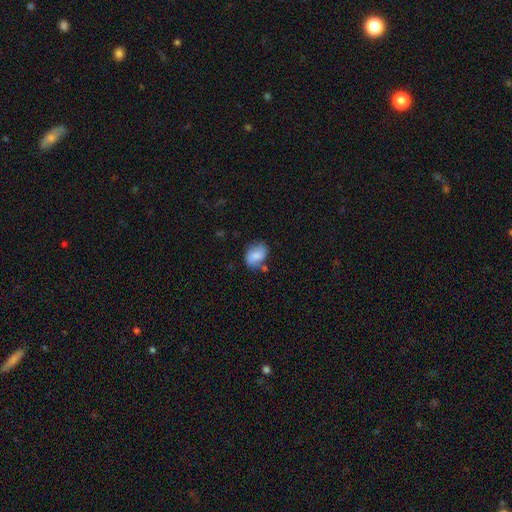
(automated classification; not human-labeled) smooth_or_featured: smooth (p=0.70) [alt: featured or disk p=0.22]
how_rounded: in between (p=0.74) [alt: round p=0.24]
merging: none (p=0.58) [alt: minor disturbance p=0.26]